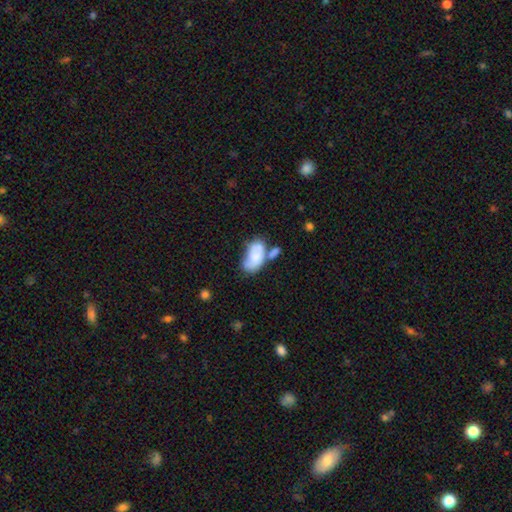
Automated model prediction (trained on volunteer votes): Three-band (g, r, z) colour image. It shows a smooth galaxy with no disk features (67%) that is in between round and cigar-shaped (93%). Merging: merger (39%).